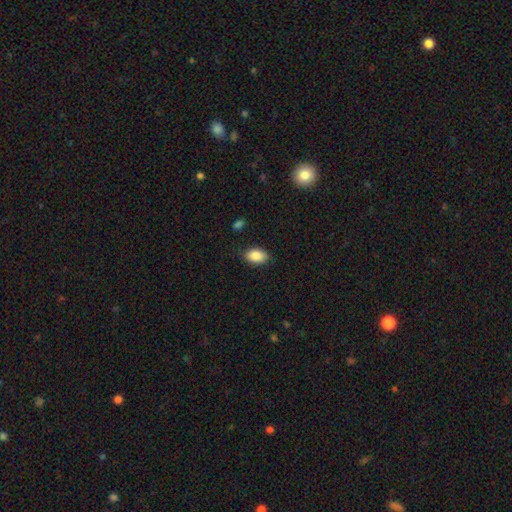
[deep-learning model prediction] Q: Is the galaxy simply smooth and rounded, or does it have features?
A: smooth — 87%.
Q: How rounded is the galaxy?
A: in between — 89%.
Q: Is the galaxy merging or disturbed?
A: none — 83%.